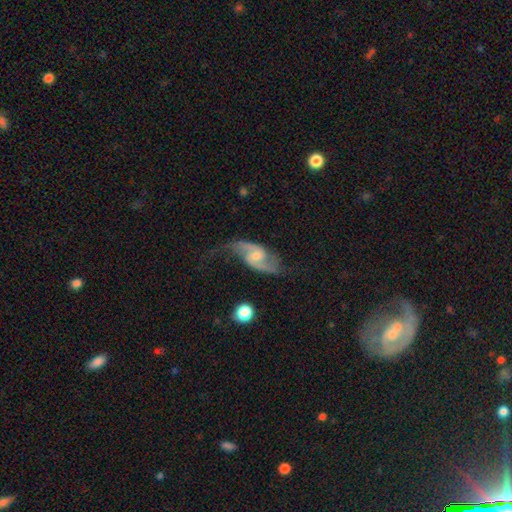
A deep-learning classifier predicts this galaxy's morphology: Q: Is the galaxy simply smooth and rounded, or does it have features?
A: featured or disk — 88%.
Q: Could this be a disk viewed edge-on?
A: no — 96%.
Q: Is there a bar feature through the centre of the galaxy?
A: weak — 48%.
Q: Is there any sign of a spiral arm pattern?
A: yes — 97%.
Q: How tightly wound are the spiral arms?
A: loose — 55%.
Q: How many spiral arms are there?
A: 2 — 93%.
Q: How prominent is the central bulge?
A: small — 47%.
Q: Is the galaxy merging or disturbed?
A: none — 64%.